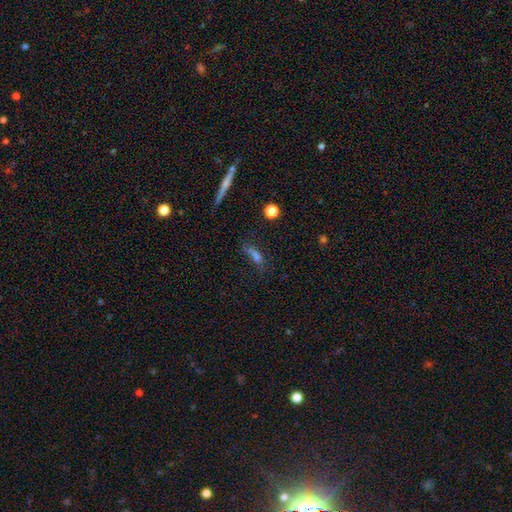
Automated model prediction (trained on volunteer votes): smooth 57%, featured or disk 22%, star or artifact 21%. Down the decision tree: how rounded — in between (48%); merging — none (48%).